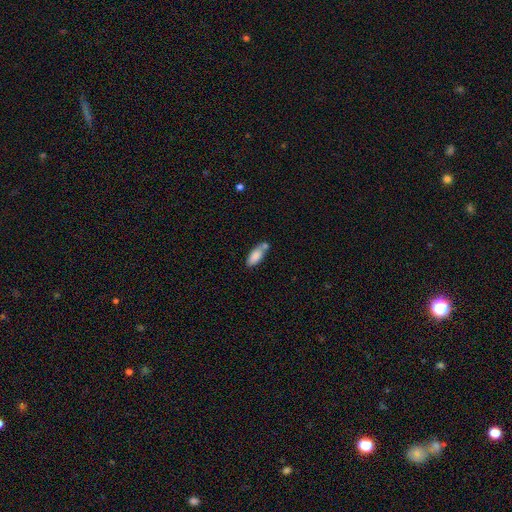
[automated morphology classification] Overall: smooth (83%). How rounded: in between (82%). Merging: none (44%; merger 31%).